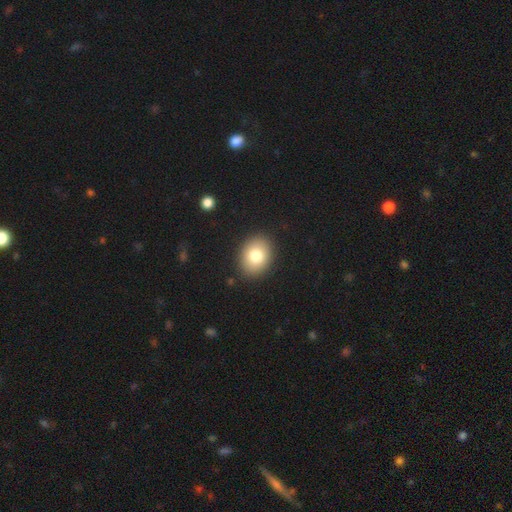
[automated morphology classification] The model was most divided on "how rounded": in between: 61%, round: 38%, cigar-shaped: 1%. More confident: merging — none (89%); smooth or featured — smooth (79%).